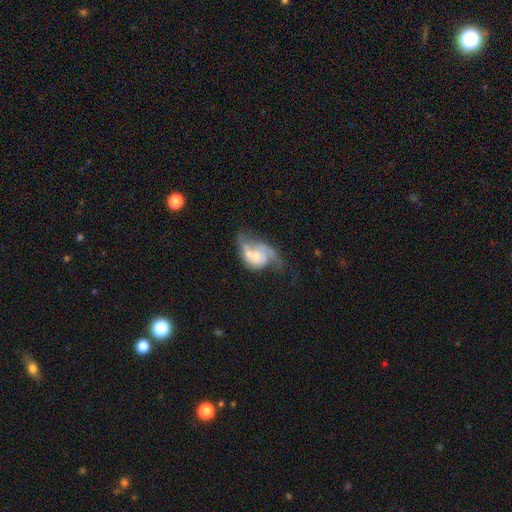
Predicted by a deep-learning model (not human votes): Morphology: type=featured or disk (62%); edge-on=no (97%); bar=no (75%); spiral arms=yes (63%); bulge=moderate (37%); merging=major disturbance (33%).